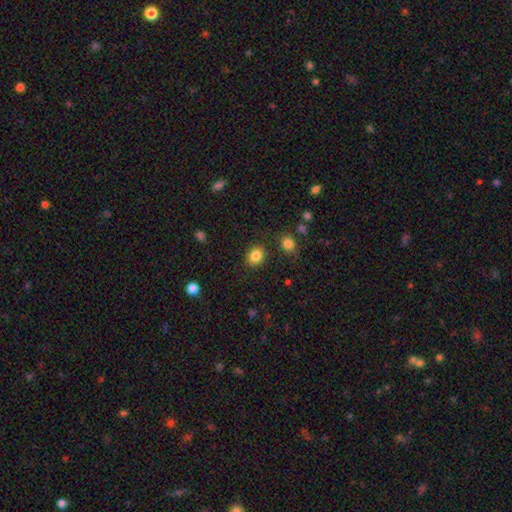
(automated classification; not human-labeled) smooth 85%, star or artifact 10%, featured or disk 5%. Down the decision tree: how rounded — round (59%); merging — none (85%).